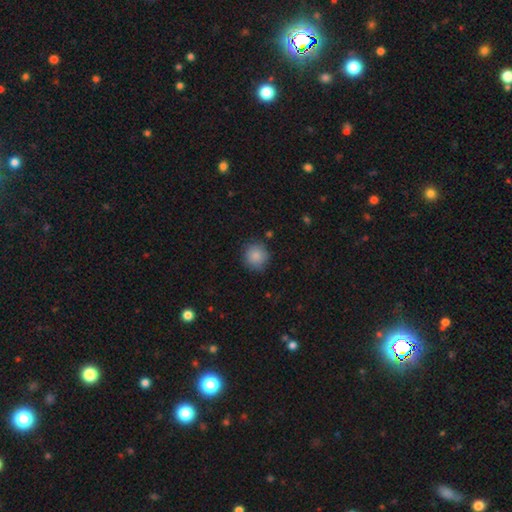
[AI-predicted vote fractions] A smooth galaxy with no disk features (86%) that is round (91%).

Vote fractions:
- Smooth or featured? smooth: 86% / star or artifact: 9% / featured or disk: 5%
- How rounded? round: 91% / in between: 8% / cigar-shaped: 1%
- Merging? none: 83% / minor disturbance: 13% / major disturbance: 3% / merger: 2%